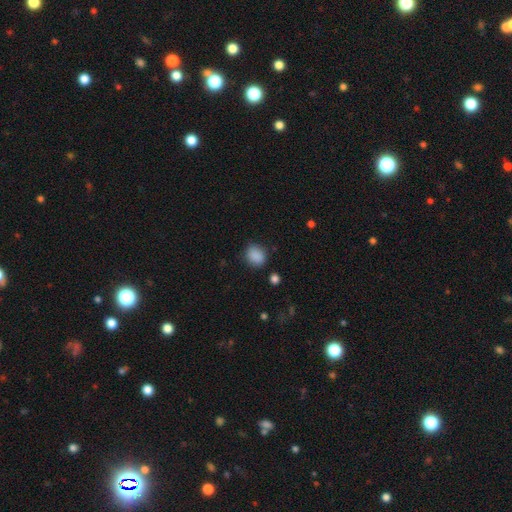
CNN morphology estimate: smooth 87%, star or artifact 9%, featured or disk 4%. Down the decision tree: how rounded — round (63%); merging — none (80%).